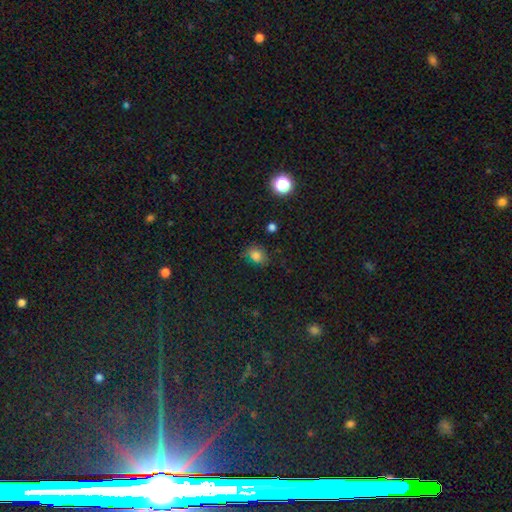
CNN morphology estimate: This is likely a smooth galaxy (76%). How rounded: possibly in between (51%). Merging: likely none (68%).